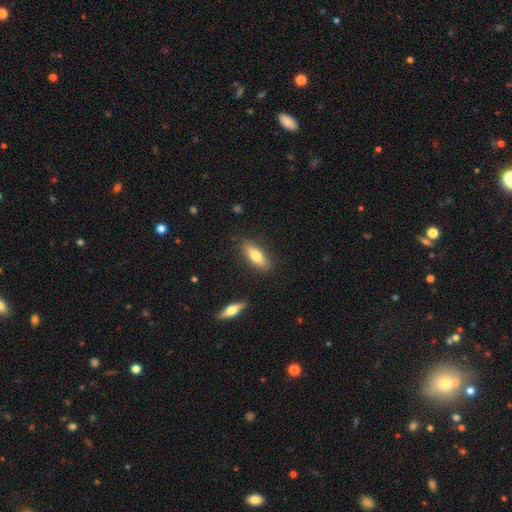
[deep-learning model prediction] This appears to be a smooth galaxy with no disk features (73%) that is in between round and cigar-shaped (65%). Merging: none (84%).